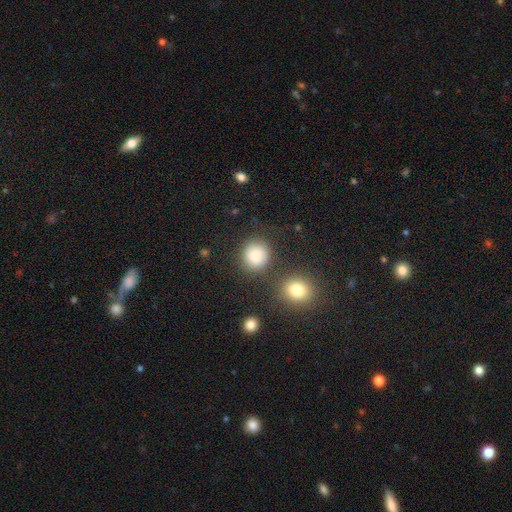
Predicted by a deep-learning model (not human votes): A smooth galaxy with no disk features (82%) that is round (87%).

Vote fractions:
- Smooth or featured? smooth: 82% / star or artifact: 10% / featured or disk: 8%
- How rounded? round: 87% / in between: 12% / cigar-shaped: 1%
- Merging? none: 78% / minor disturbance: 11% / merger: 7% / major disturbance: 5%